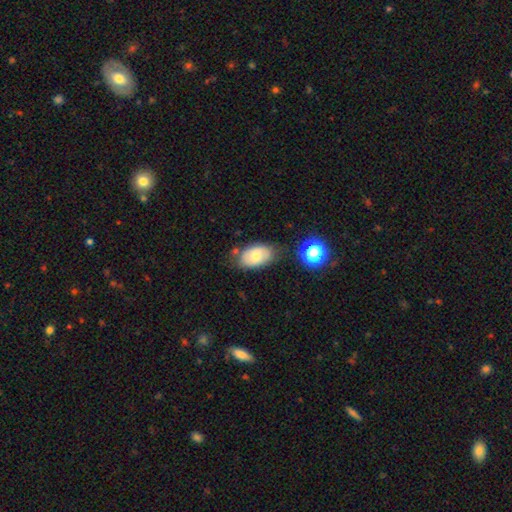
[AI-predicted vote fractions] Smooth or featured?
  - smooth: 65% *
  - featured or disk: 26%
  - star or artifact: 9%
How rounded?
  - in between: 90% *
  - round: 9%
  - cigar-shaped: 1%
Merging?
  - none: 67% *
  - minor disturbance: 20%
  - merger: 8%
  - major disturbance: 6%